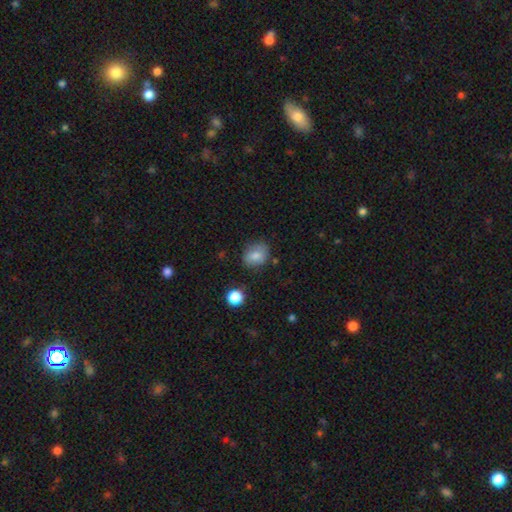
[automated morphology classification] Overall: smooth (78%). How rounded: round (52%; in between 47%). Merging: none (68%).